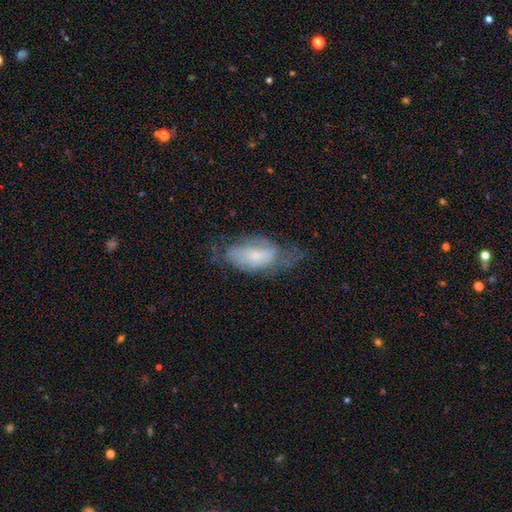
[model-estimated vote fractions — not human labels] smooth-or-featured: featured or disk: 53% | smooth: 39% | star or artifact: 8%
  disk-edge-on: no: 91% | yes: 9%
  merging: none: 43% | minor disturbance: 30% | major disturbance: 25% | merger: 2%